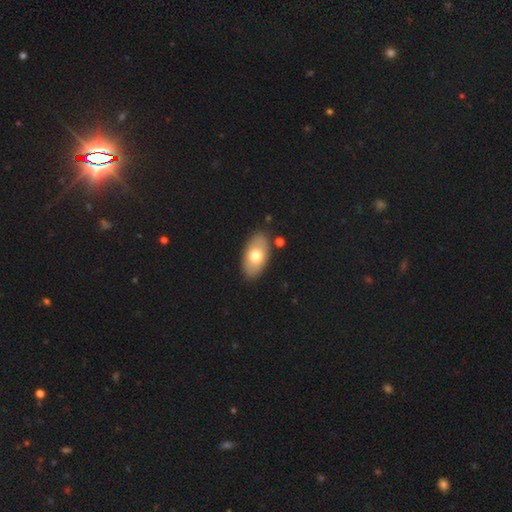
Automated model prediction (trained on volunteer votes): Smooth or featured?
  - smooth: 68% *
  - featured or disk: 26%
  - star or artifact: 6%
How rounded?
  - in between: 94% *
  - round: 4%
  - cigar-shaped: 2%
Merging?
  - none: 86% *
  - minor disturbance: 9%
  - merger: 3%
  - major disturbance: 2%